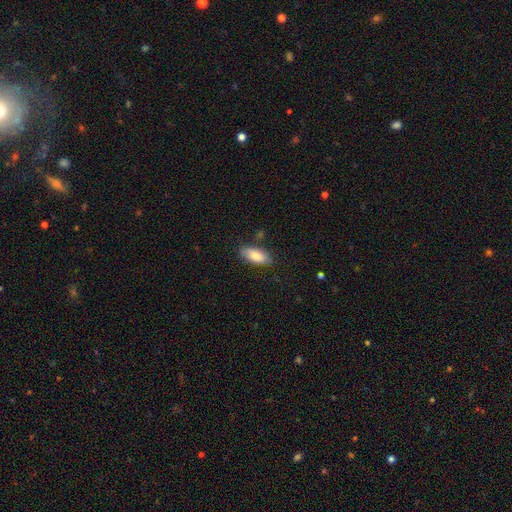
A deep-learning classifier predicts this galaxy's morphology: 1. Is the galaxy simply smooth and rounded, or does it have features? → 81% smooth, 12% featured or disk, 6% star or artifact.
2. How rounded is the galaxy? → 85% in between, 13% cigar-shaped, 2% round.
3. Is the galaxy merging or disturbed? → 81% none, 14% minor disturbance, 3% major disturbance, 2% merger.